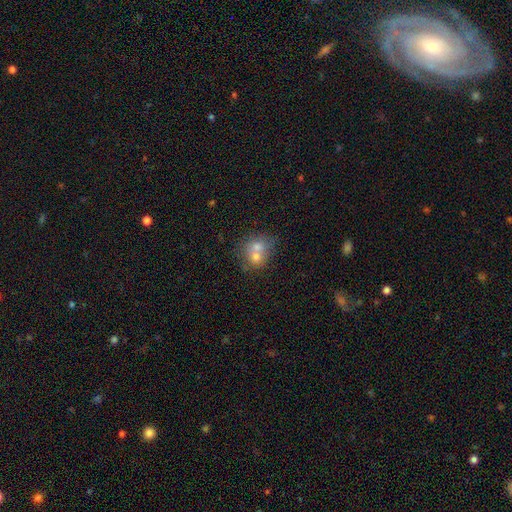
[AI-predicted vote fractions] smooth-or-featured: smooth: 61% | featured or disk: 24% | star or artifact: 15%
  how-rounded: round: 74% | in between: 25% | cigar-shaped: 1%
  merging: merger: 60% | none: 30% | minor disturbance: 7% | major disturbance: 3%